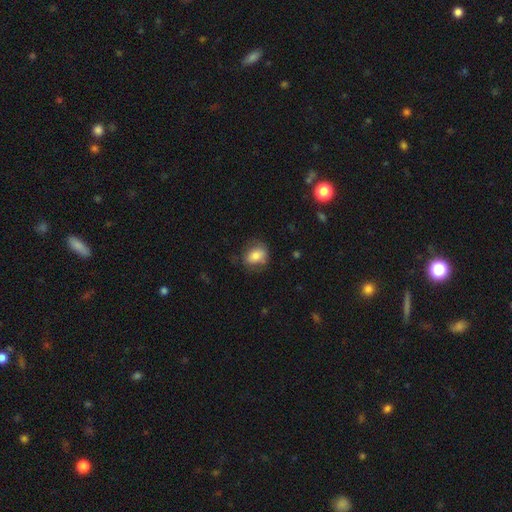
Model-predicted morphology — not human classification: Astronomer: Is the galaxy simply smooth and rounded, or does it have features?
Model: smooth — 77%.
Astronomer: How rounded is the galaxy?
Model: in between — 57% (runner-up: round, 41%).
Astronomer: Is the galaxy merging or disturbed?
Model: none — 68%.